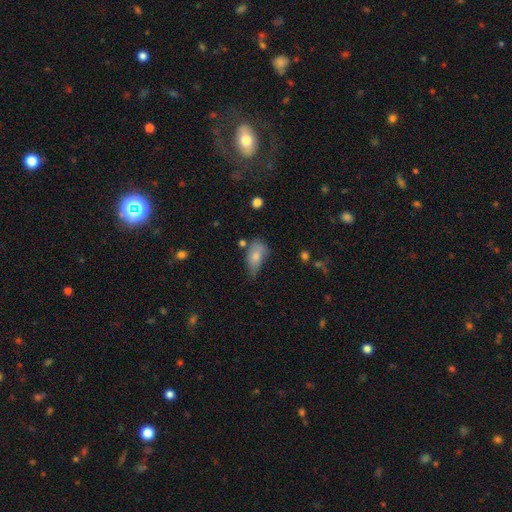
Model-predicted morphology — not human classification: Smooth or featured?
  - smooth: 73% *
  - featured or disk: 19%
  - star or artifact: 9%
How rounded?
  - in between: 87% *
  - round: 9%
  - cigar-shaped: 5%
Merging?
  - minor disturbance: 41% *
  - none: 34%
  - major disturbance: 17%
  - merger: 8%